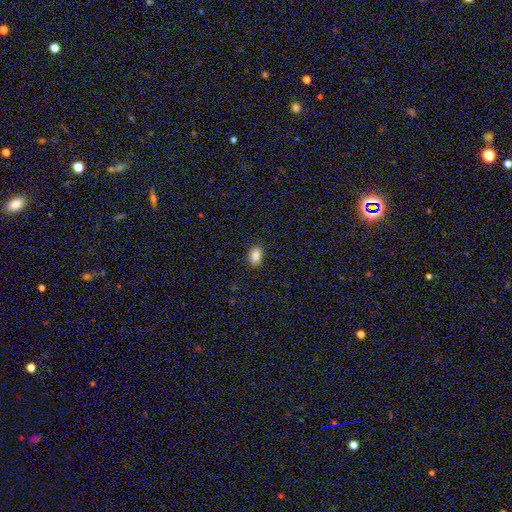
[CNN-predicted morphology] Smooth or featured: smooth — 86% (star or artifact — 10%)
How rounded: in between — 84% (round — 15%)
Merging: none — 86% (minor disturbance — 11%)